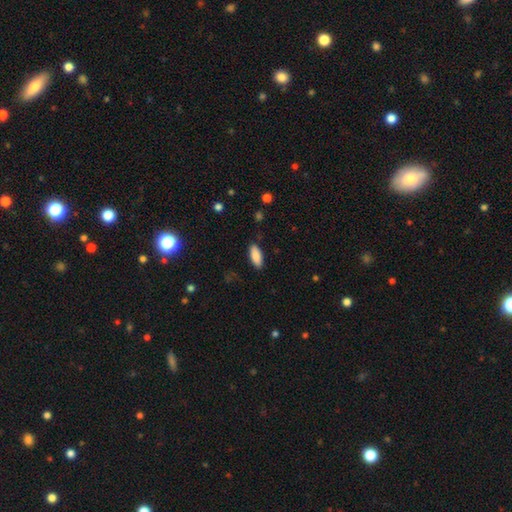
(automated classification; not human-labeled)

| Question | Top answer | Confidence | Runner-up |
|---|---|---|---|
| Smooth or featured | smooth | 88% | star or artifact (6%) |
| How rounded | in between | 79% | cigar-shaped (19%) |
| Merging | none | 86% | minor disturbance (11%) |